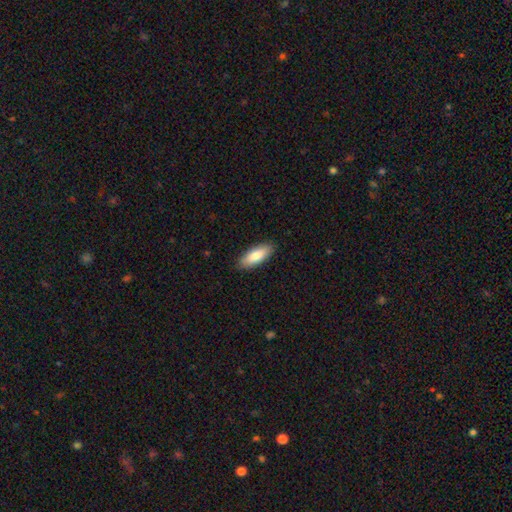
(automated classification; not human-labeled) Morphology: type=smooth (84%); roundness=in between (72%); merging=none (89%).